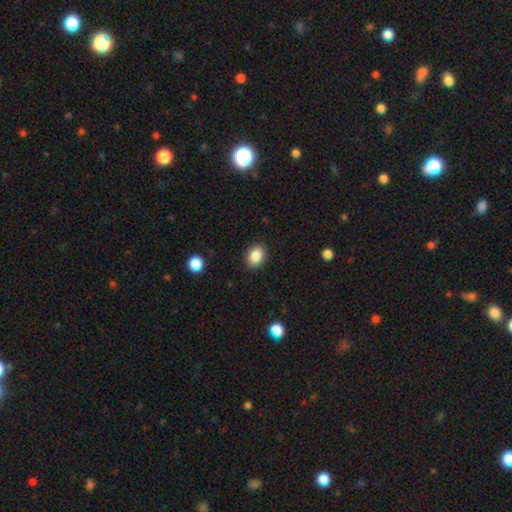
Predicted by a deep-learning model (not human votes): Smooth or featured? smooth (86%)
How rounded? in between (69%)
Merging? none (88%)